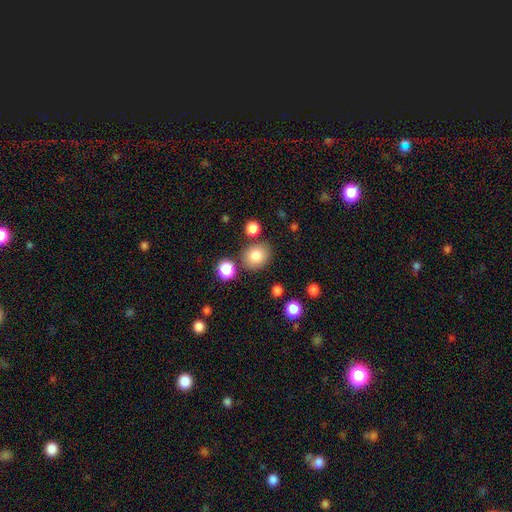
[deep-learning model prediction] This is clearly a smooth galaxy (83%). How rounded: likely round (69%). Merging: likely none (79%).